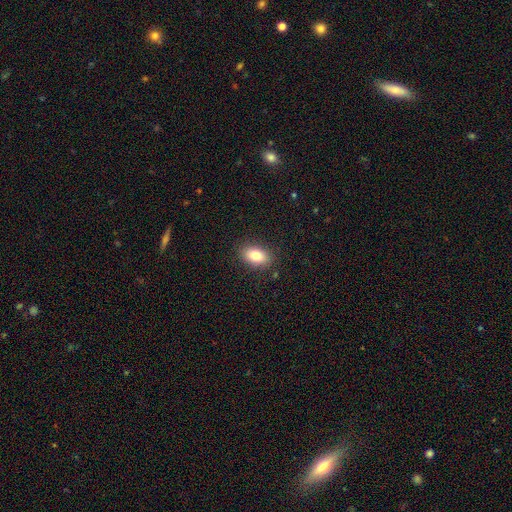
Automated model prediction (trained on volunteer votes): Q: Smooth or featured?
A: smooth (82%); runner-up: featured or disk (10%)
Q: How rounded?
A: in between (88%); runner-up: round (10%)
Q: Merging?
A: none (87%); runner-up: minor disturbance (9%)